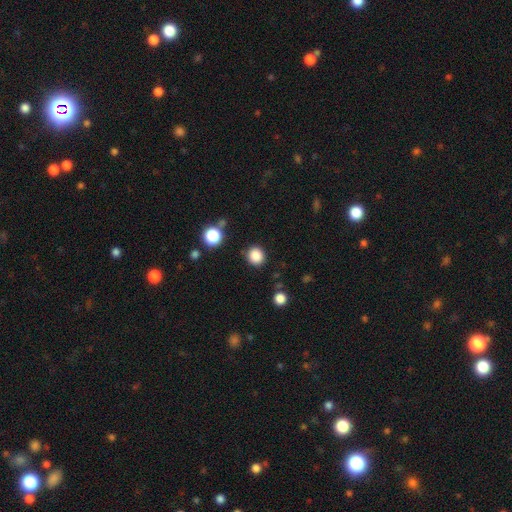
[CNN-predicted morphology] A smooth galaxy with no disk features (86%) that is round (85%). Merging: none (86%).